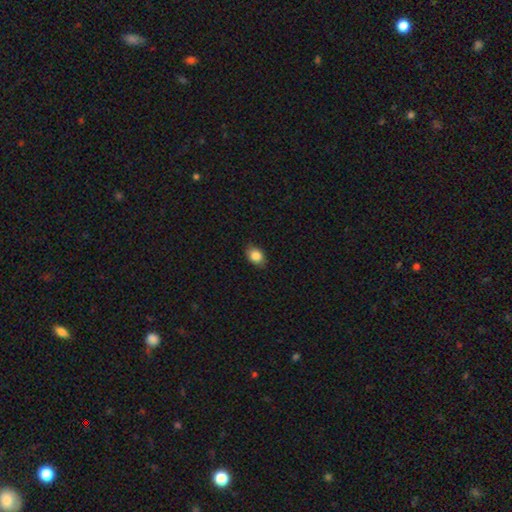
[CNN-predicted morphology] smooth 85%, star or artifact 9%, featured or disk 6%. Down the decision tree: how rounded — in between (68%); merging — none (84%).